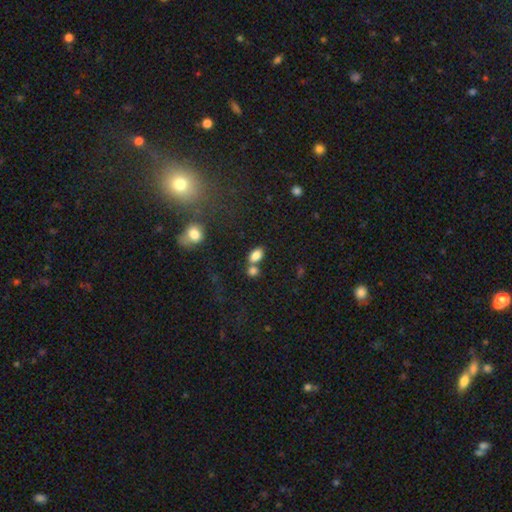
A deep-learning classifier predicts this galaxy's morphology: Overall: smooth (83%). How rounded: in between (87%). Merging: none (52%; merger 34%).